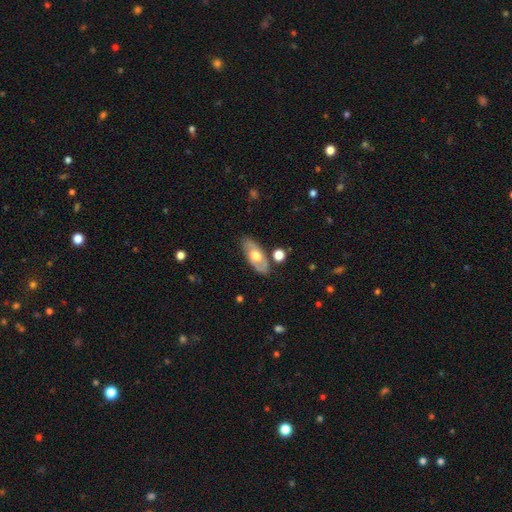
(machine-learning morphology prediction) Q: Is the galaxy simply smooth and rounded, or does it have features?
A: featured or disk — 55%.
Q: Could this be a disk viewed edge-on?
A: no — 79%.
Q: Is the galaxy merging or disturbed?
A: none — 79%.